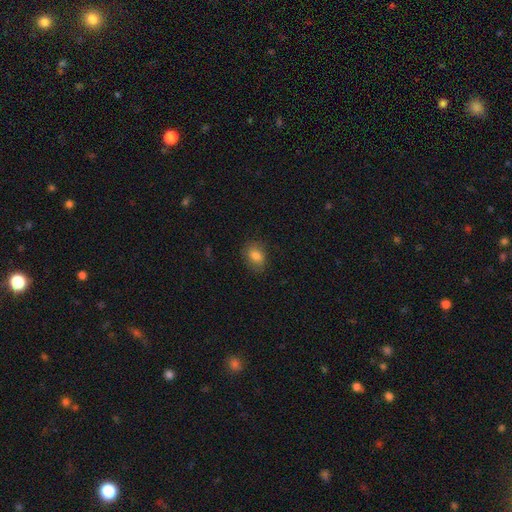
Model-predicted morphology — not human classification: smooth 82%, star or artifact 9%, featured or disk 9%. Down the decision tree: how rounded — in between (69%); merging — none (80%).